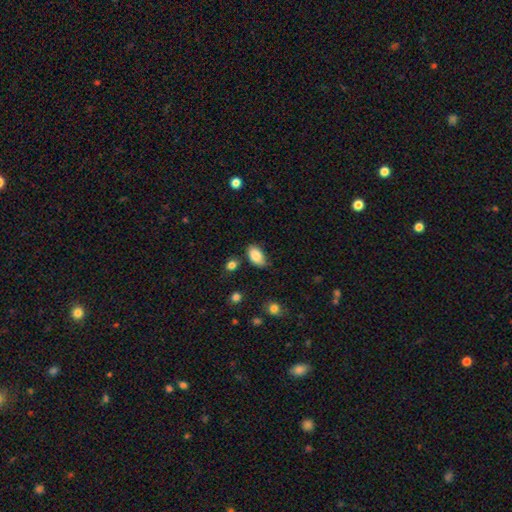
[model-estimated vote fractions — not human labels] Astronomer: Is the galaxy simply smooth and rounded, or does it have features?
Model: smooth — 85%.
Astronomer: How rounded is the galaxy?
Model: in between — 92%.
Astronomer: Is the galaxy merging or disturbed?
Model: none — 62%.